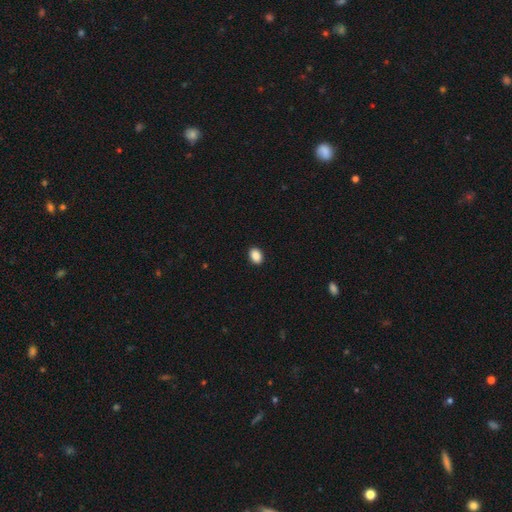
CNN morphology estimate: This is clearly a smooth galaxy (89%). How rounded: likely in between (74%). Merging: clearly none (91%).